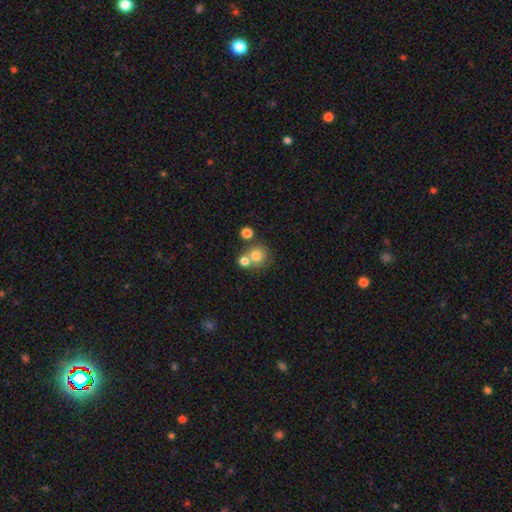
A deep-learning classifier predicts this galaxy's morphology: This is likely a smooth galaxy (74%). How rounded: clearly round (87%). Merging: possibly none (51%).